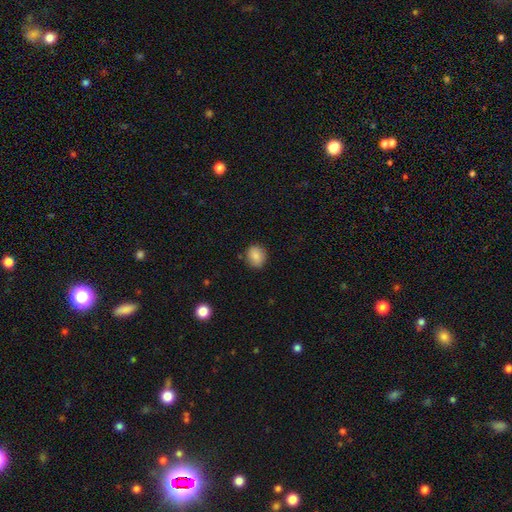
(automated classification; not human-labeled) Smooth or featured? smooth (84%)
How rounded? round (73%)
Merging? none (84%)